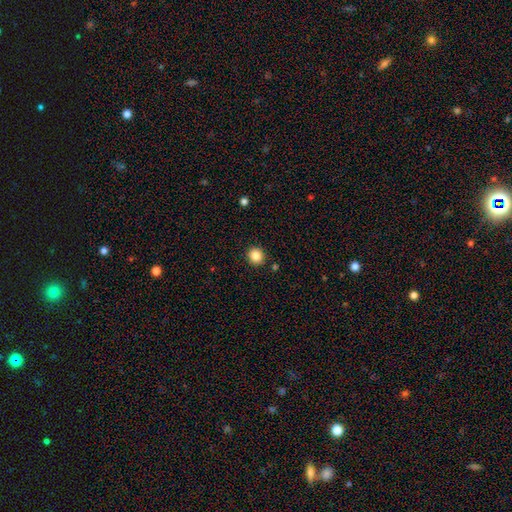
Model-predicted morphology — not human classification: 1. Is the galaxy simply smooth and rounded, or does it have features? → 85% smooth, 10% star or artifact, 4% featured or disk.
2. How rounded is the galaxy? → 88% round, 11% in between, 1% cigar-shaped.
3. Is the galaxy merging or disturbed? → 91% none, 6% minor disturbance, 2% merger, 2% major disturbance.